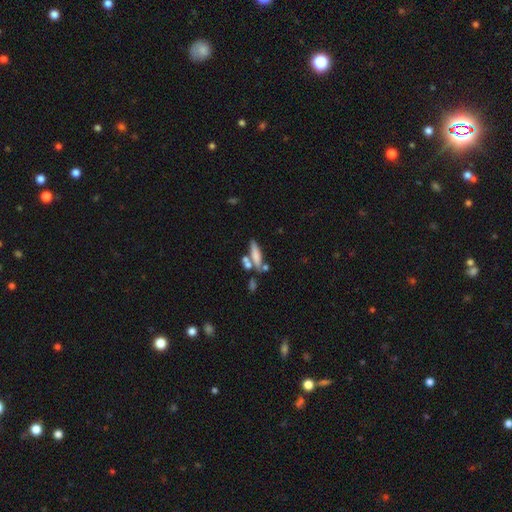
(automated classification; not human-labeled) This is likely a smooth galaxy (69%). How rounded: possibly cigar-shaped (59%). Merging: possibly none (52%).